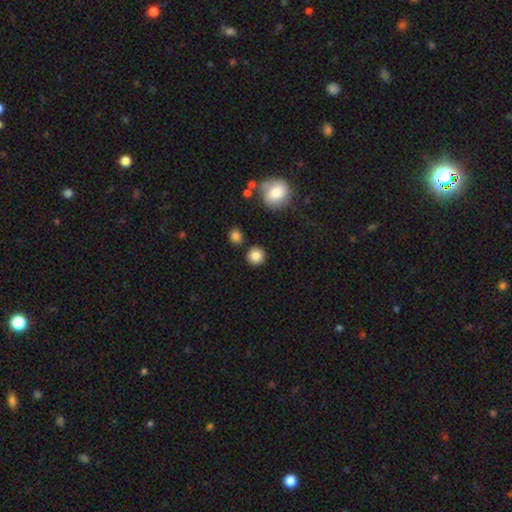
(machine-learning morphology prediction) type=smooth (85%); roundness=round (93%); merging=none (88%).